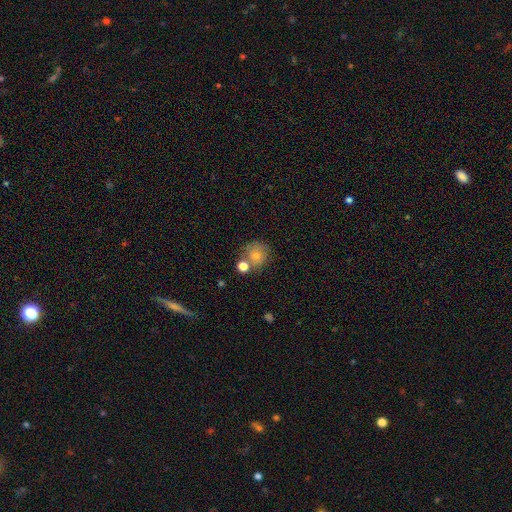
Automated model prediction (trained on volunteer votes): smooth-or-featured: smooth: 68% | featured or disk: 17% | star or artifact: 15%
  how-rounded: round: 87% | in between: 12% | cigar-shaped: 1%
  merging: none: 65% | merger: 18% | minor disturbance: 13% | major disturbance: 4%